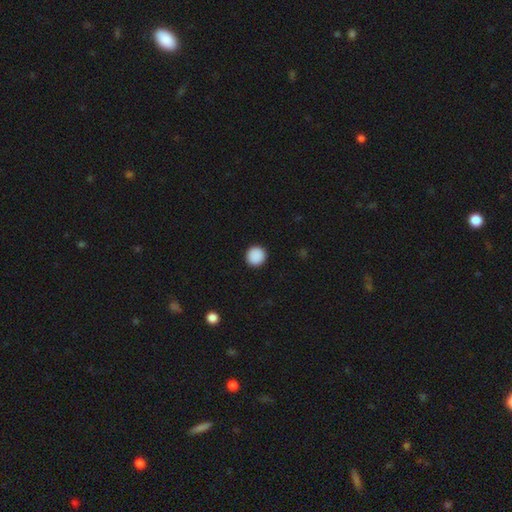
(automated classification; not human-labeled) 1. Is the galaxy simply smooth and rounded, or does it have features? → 90% smooth, 8% star or artifact, 2% featured or disk.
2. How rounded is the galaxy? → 96% round, 3% in between, 1% cigar-shaped.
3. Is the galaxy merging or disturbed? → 94% none, 4% minor disturbance, 1% major disturbance, 1% merger.